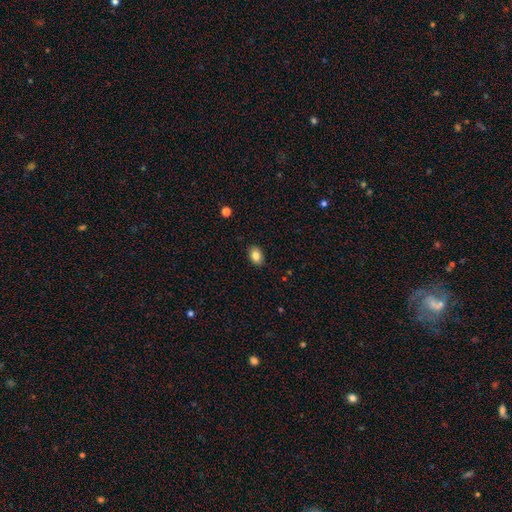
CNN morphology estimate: A smooth galaxy with no disk features (83%) that is in between round and cigar-shaped (78%).

Vote fractions:
- Smooth or featured? smooth: 83% / star or artifact: 9% / featured or disk: 8%
- How rounded? in between: 78% / round: 21% / cigar-shaped: 1%
- Merging? none: 88% / minor disturbance: 9% / major disturbance: 2% / merger: 1%